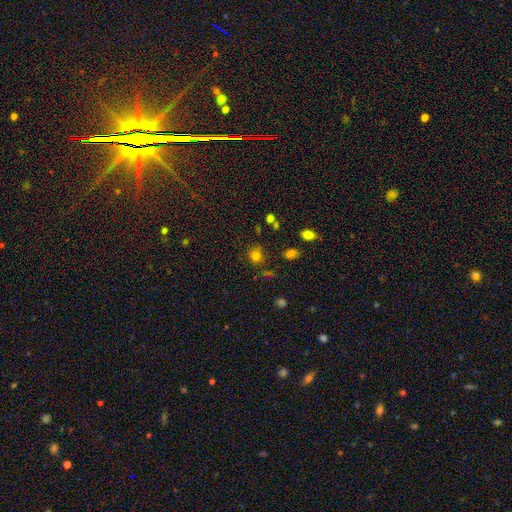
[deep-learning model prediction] This is likely a smooth galaxy (78%). How rounded: clearly round (81%). Merging: likely none (78%).